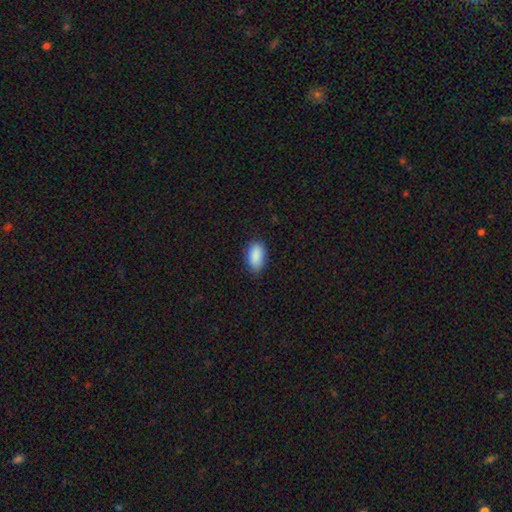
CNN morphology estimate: Q: Smooth or featured?
A: smooth (90%); runner-up: star or artifact (7%)
Q: How rounded?
A: in between (93%); runner-up: round (4%)
Q: Merging?
A: none (80%); runner-up: minor disturbance (16%)